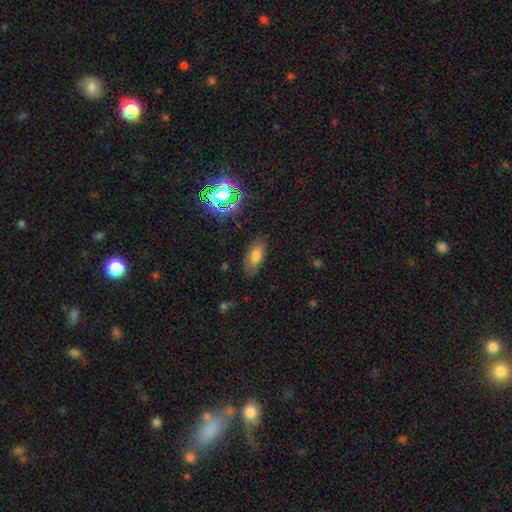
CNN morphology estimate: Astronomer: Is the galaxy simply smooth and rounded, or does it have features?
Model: smooth — 70%.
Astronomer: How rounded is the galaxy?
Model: in between — 83%.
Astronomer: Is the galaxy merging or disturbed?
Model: none — 80%.